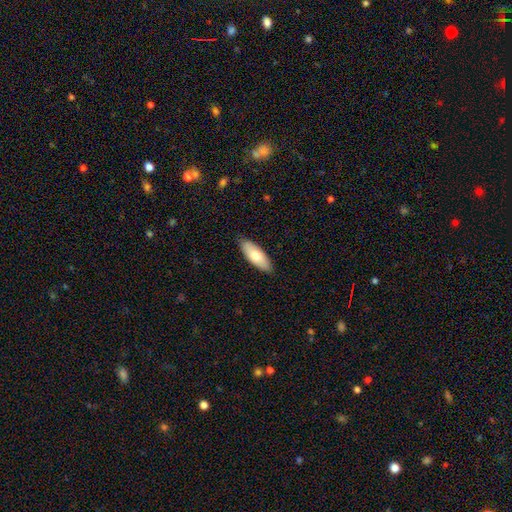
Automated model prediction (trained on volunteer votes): A smooth galaxy with no disk features (74%) that is in between round and cigar-shaped (75%).

Vote fractions:
- Smooth or featured? smooth: 74% / featured or disk: 20% / star or artifact: 5%
- How rounded? in between: 75% / cigar-shaped: 23% / round: 2%
- Merging? none: 87% / minor disturbance: 11% / major disturbance: 2% / merger: 1%